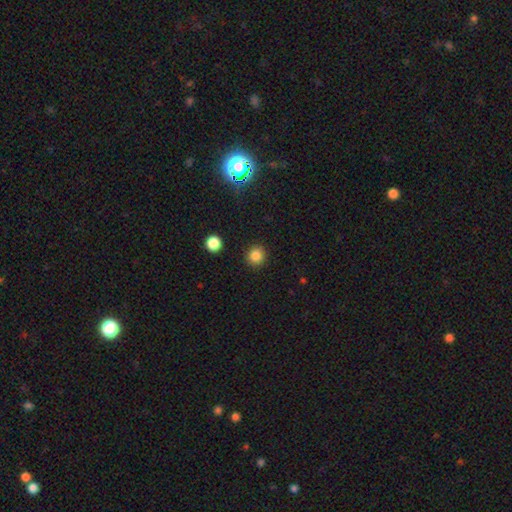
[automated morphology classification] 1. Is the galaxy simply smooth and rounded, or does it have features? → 84% smooth, 12% star or artifact, 5% featured or disk.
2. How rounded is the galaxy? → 92% round, 7% in between, 1% cigar-shaped.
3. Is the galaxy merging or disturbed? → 91% none, 5% minor disturbance, 2% major disturbance, 1% merger.